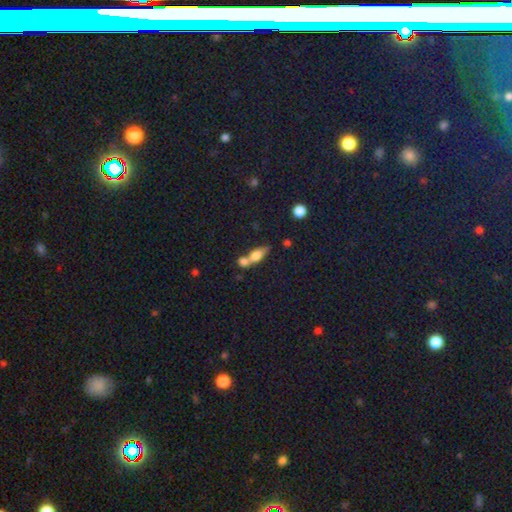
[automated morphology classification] Smooth or featured? smooth (62%)
How rounded? in between (58%)
Merging? merger (58%)